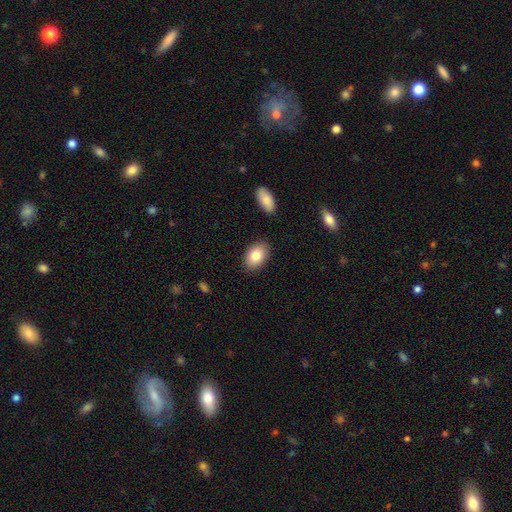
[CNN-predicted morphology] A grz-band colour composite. It shows a smooth galaxy with no disk features (81%) that is in between round and cigar-shaped (87%). Merging: none (87%).